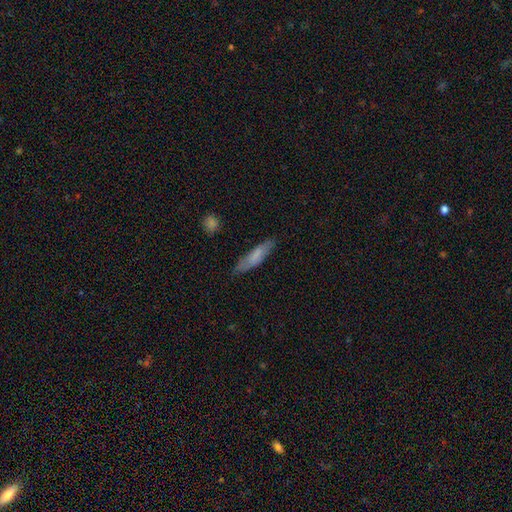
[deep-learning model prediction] The model was most divided on "smooth or featured": smooth: 70%, featured or disk: 23%, star or artifact: 7%. More confident: merging — none (77%); how rounded — cigar-shaped (74%).